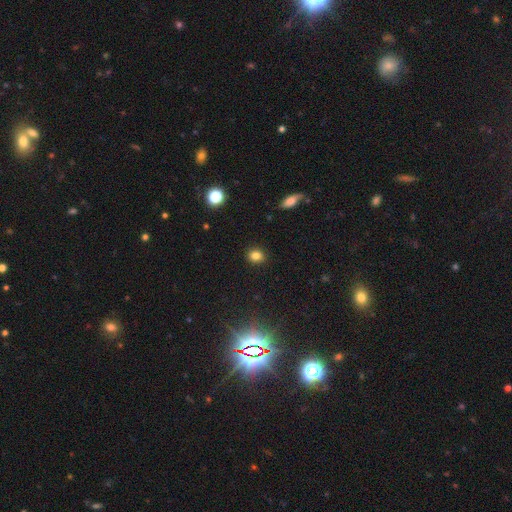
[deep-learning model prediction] smooth 82%, star or artifact 12%, featured or disk 5%. Down the decision tree: how rounded — round (64%); merging — none (89%).